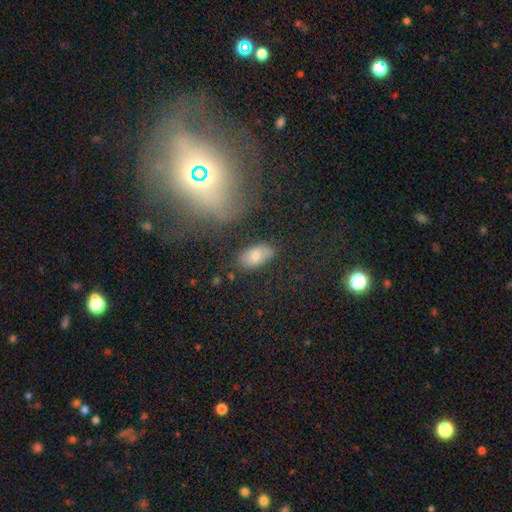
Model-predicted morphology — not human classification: Overall: smooth (76%). How rounded: in between (91%). Merging: none (75%).